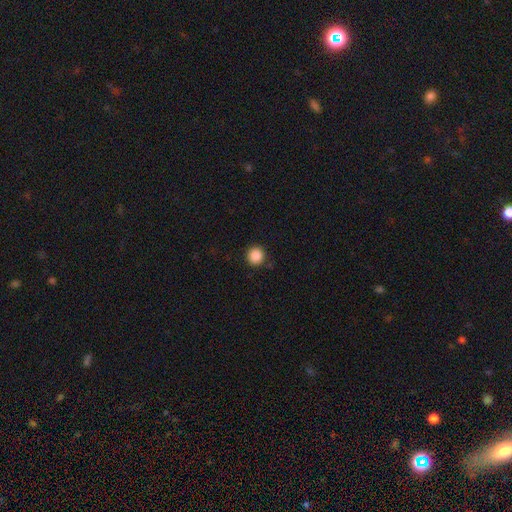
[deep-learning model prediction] smooth 87%, star or artifact 10%, featured or disk 3%. Down the decision tree: how rounded — round (94%); merging — none (88%).